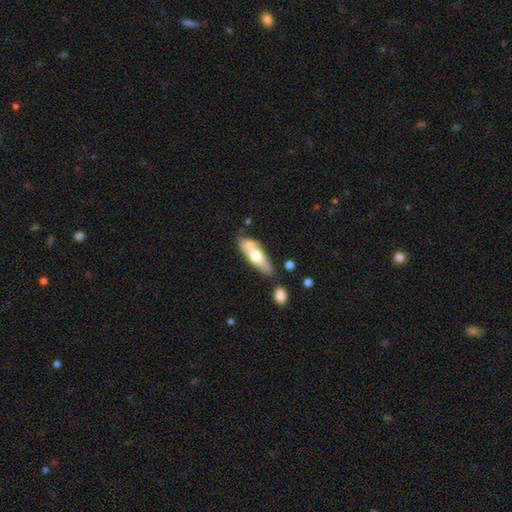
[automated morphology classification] Smooth or featured? smooth (54%)
How rounded? in between (56%)
Merging? none (54%)